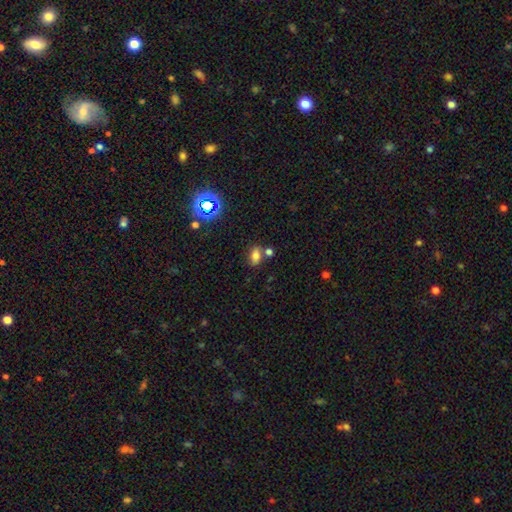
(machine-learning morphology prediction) This is likely a smooth galaxy (75%). How rounded: clearly in between (83%). Merging: likely none (65%).